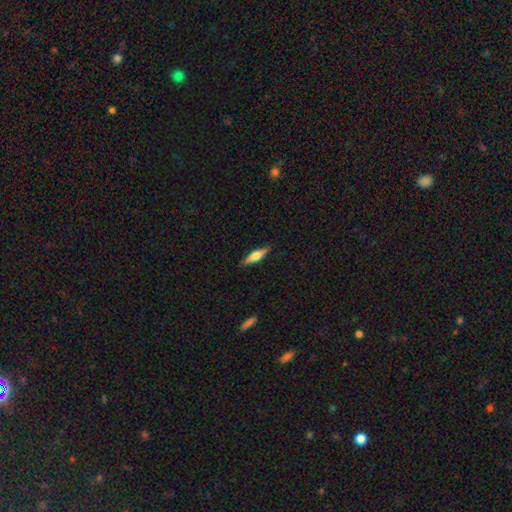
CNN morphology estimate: Q: Smooth or featured?
A: smooth (47%); tied with: featured or disk (47%)
Q: Merging?
A: none (86%); runner-up: minor disturbance (11%)